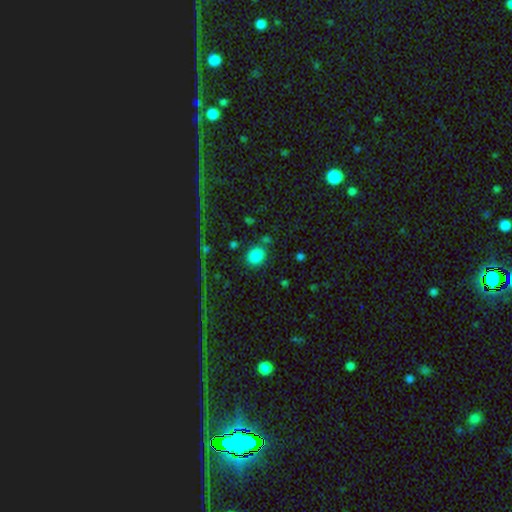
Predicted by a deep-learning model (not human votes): Overall: smooth (85%). How rounded: round (62%; in between 37%). Merging: none (79%).